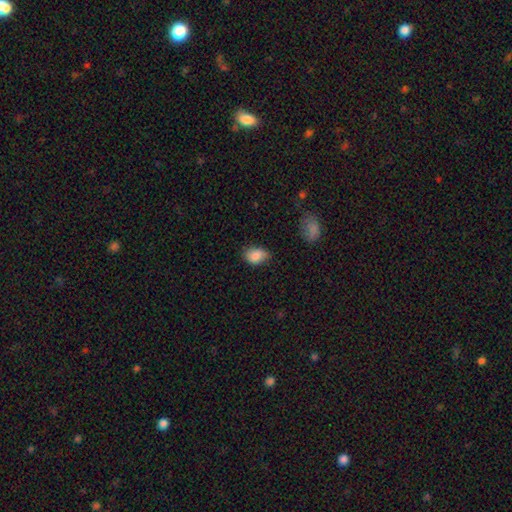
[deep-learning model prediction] Overall: smooth (86%). How rounded: in between (77%). Merging: none (61%; minor disturbance 32%).